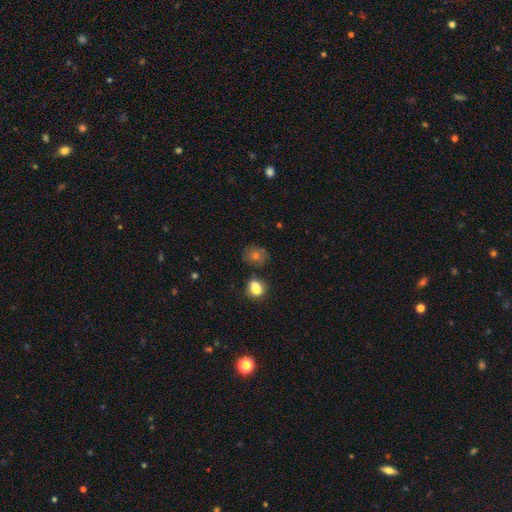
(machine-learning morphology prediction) Smooth or featured: smooth — 60% (star or artifact — 22%)
How rounded: round — 58% (in between — 41%)
Merging: none — 74% (minor disturbance — 14%)